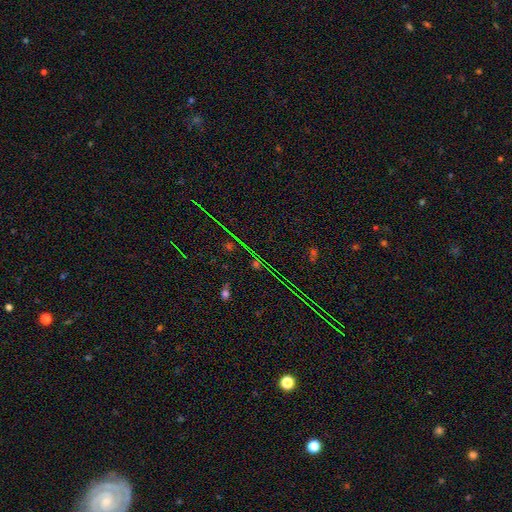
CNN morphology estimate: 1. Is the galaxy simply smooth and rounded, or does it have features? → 71% star or artifact, 15% smooth, 13% featured or disk.